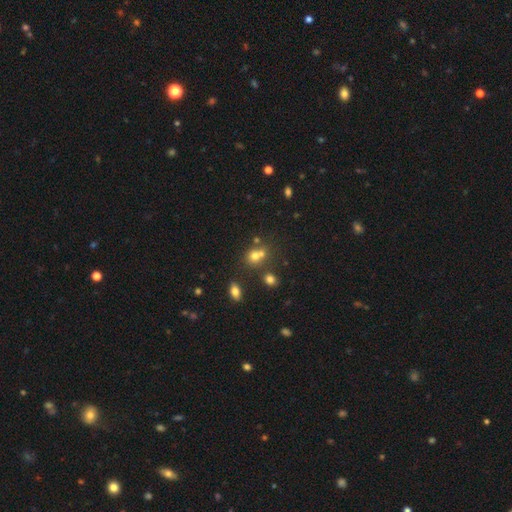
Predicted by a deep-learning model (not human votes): Smooth or featured: smooth — 67% (star or artifact — 18%)
How rounded: round — 73% (in between — 26%)
Merging: merger — 44% (none — 43%)